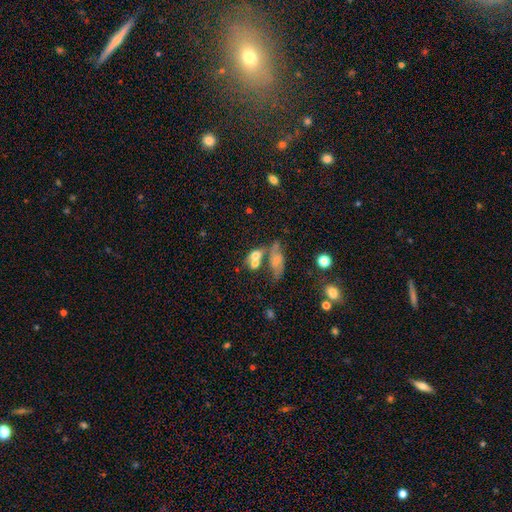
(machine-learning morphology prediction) The model was most divided on "merging": merger: 53%, none: 25%, minor disturbance: 12%, major disturbance: 10%. More confident: how rounded — in between (66%); smooth or featured — smooth (60%).